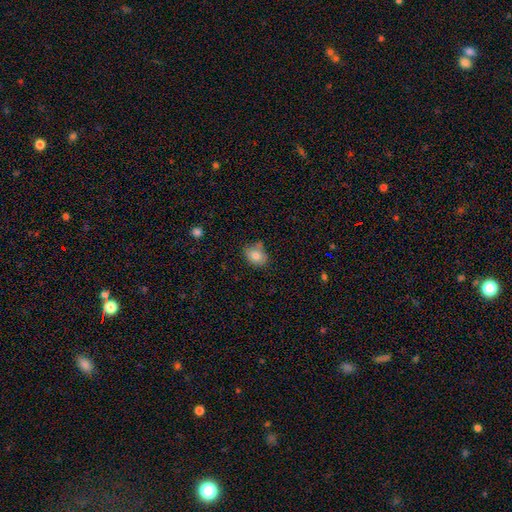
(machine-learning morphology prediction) The model was most divided on "how rounded": in between: 61%, round: 38%, cigar-shaped: 1%. More confident: smooth or featured — smooth (80%); merging — none (69%).